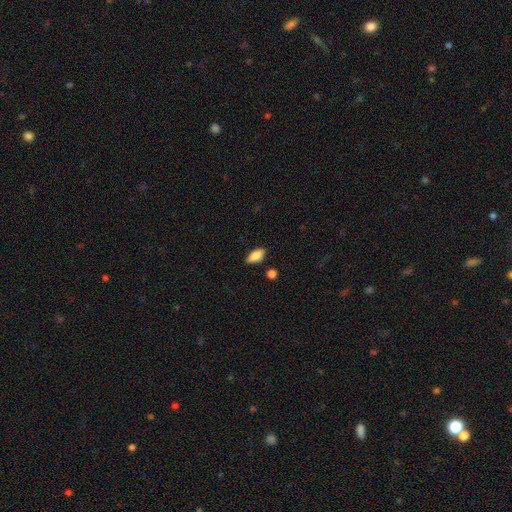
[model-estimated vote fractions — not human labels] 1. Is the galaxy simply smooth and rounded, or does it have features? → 84% smooth, 9% featured or disk, 7% star or artifact.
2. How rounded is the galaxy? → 85% in between, 11% cigar-shaped, 3% round.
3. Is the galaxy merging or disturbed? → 82% none, 13% minor disturbance, 3% merger, 2% major disturbance.